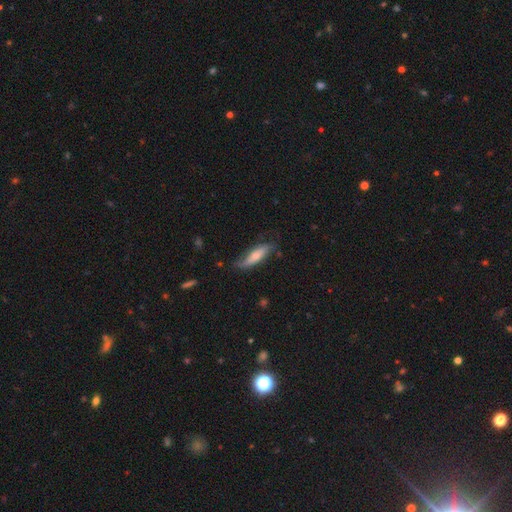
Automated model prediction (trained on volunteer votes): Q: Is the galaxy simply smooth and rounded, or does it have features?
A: smooth — 58%.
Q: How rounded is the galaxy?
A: cigar-shaped — 57%.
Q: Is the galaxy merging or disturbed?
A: none — 59%.